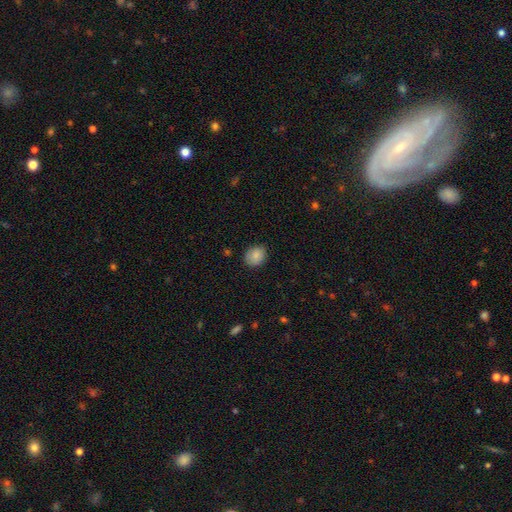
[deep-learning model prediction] The model was most divided on "how rounded": round: 53%, in between: 46%, cigar-shaped: 1%. More confident: smooth or featured — smooth (86%); merging — none (83%).